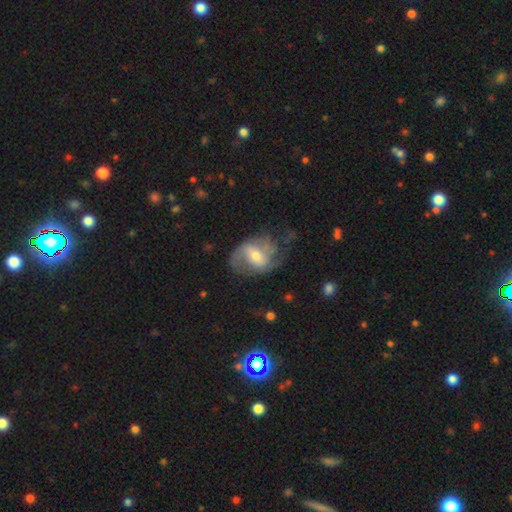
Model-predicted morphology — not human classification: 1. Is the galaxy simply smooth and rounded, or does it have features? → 74% featured or disk, 19% smooth, 7% star or artifact.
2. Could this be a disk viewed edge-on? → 97% no, 3% yes.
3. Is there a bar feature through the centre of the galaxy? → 48% weak, 26% no, 26% strong.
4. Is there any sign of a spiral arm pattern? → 87% yes, 13% no.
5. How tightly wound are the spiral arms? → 43% medium, 40% loose, 17% tight.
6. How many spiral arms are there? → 63% 2, 17% can't tell, 9% 3, 7% 1, 2% 4, 2% more than 4.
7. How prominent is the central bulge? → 55% moderate, 37% small, 5% large, 2% none, 1% dominant.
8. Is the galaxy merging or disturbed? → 49% none, 25% minor disturbance, 24% major disturbance, 2% merger.